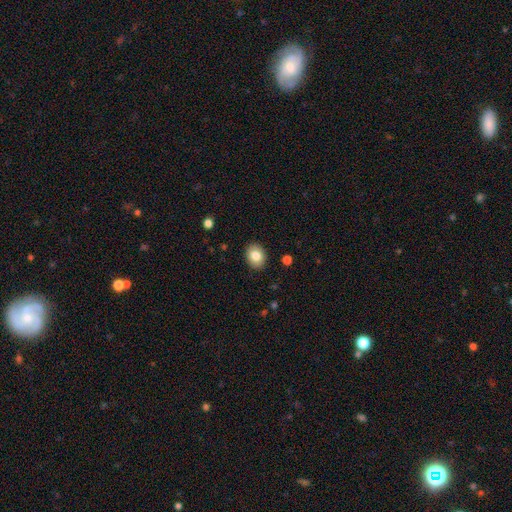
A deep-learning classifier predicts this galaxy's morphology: A smooth galaxy with no disk features (82%) that is in between round and cigar-shaped (56%). Merging: none (89%).